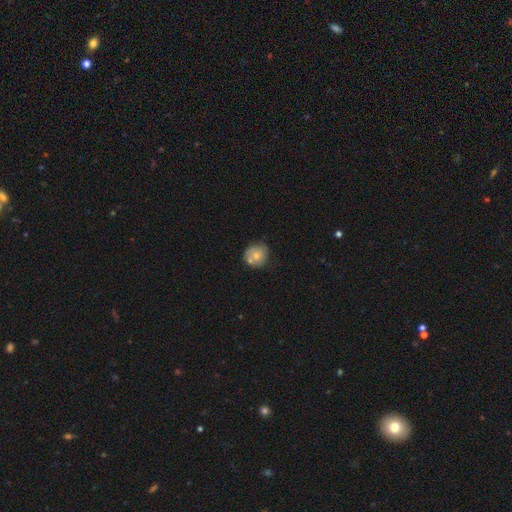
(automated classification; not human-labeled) smooth 61%, featured or disk 31%, star or artifact 8%. Down the decision tree: how rounded — round (83%); merging — none (59%).